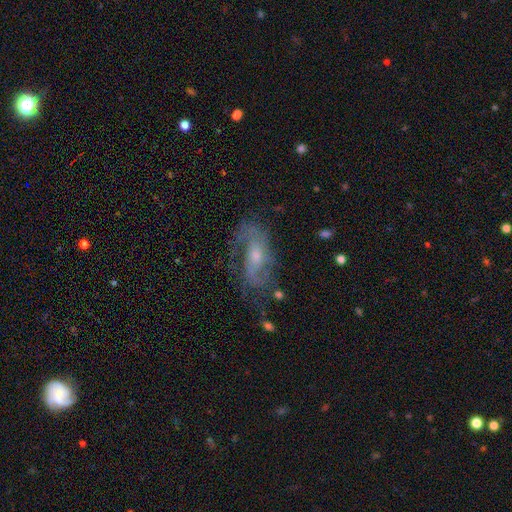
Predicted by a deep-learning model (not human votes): A featured or disk galaxy (77%) with no bar (53%), 2 (69%) medium (45%) spiral arms (89%) and a small central bulge (57%).

Vote fractions:
- Smooth or featured? featured or disk: 77% / smooth: 15% / star or artifact: 8%
- Edge-on disk? no: 93% / yes: 7%
- Bar? no: 53% / weak: 36% / strong: 11%
- Spiral arms? yes: 89% / no: 11%
- Spiral winding? medium: 45% / loose: 33% / tight: 22%
- Spiral arm count? 2: 69% / can't tell: 15% / 1: 7% / 3: 5% / 4: 2% / more than 4: 2%
- Bulge size? small: 57% / moderate: 36% / none: 3% / large: 2% / dominant: 1%
- Merging? none: 58% / minor disturbance: 22% / major disturbance: 18% / merger: 3%